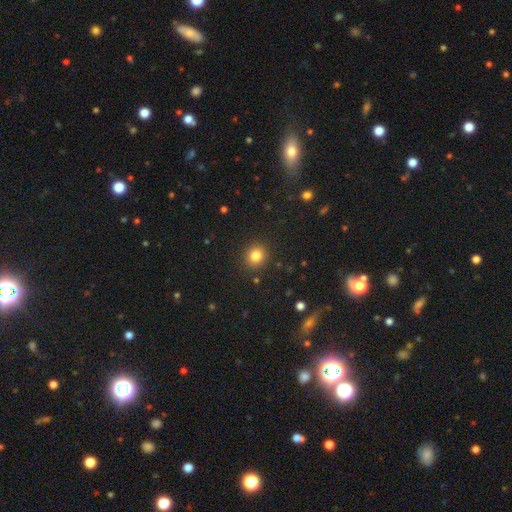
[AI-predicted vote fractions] This appears to be a smooth galaxy with no disk features (82%) that is round (86%). Merging: none (90%).